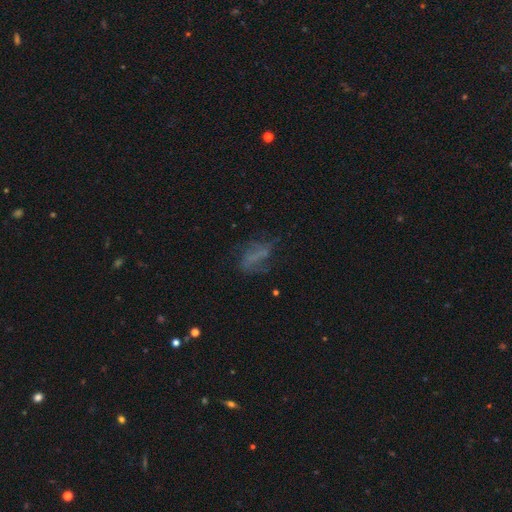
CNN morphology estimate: The model was most divided on "smooth or featured": featured or disk: 44%, smooth: 36%, star or artifact: 19%. Remaining: merging — none (48%).